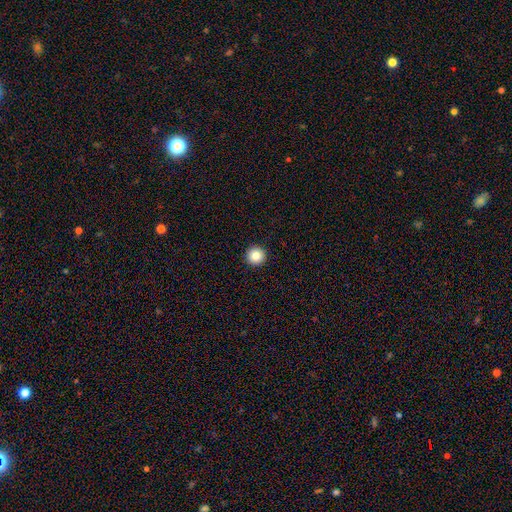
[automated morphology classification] This is clearly a smooth galaxy (84%). How rounded: clearly round (97%). Merging: clearly none (94%).